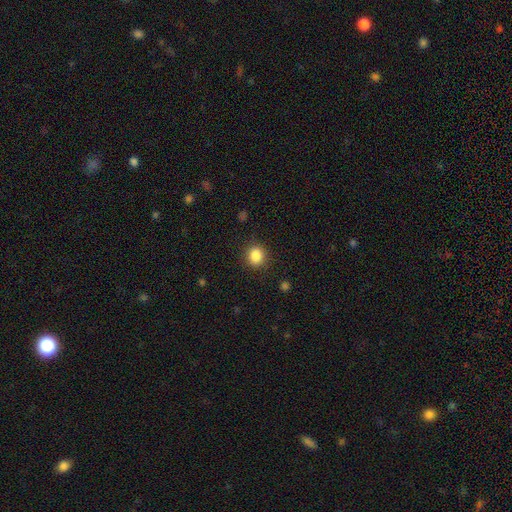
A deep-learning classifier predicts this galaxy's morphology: Overall: smooth (86%). How rounded: round (79%). Merging: none (87%).